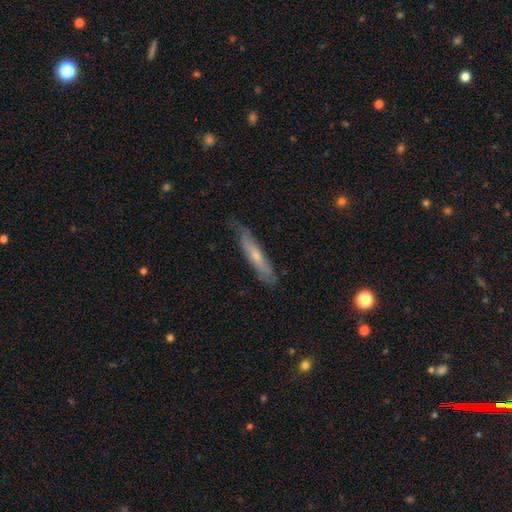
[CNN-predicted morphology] Smooth or featured?
  - featured or disk: 51% *
  - smooth: 43%
  - star or artifact: 6%
Edge-on disk?
  - yes: 73% *
  - no: 27%
Merging?
  - none: 72% *
  - minor disturbance: 23%
  - major disturbance: 4%
  - merger: 1%